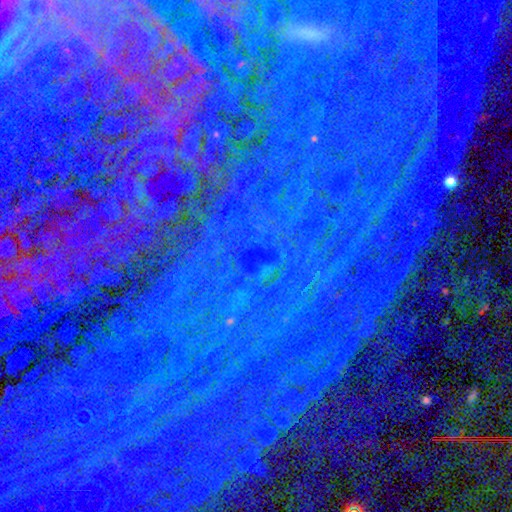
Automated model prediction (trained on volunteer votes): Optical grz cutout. It shows a star or artifact, not a galaxy (85%).